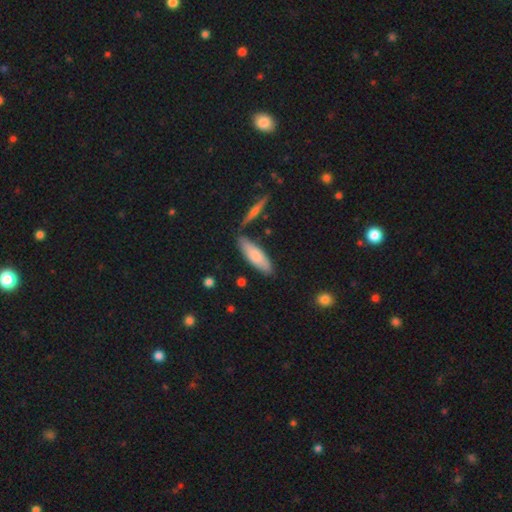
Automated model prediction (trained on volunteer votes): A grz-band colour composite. It shows a smooth galaxy with no disk features (76%) that is in between round and cigar-shaped (53%). Merging: none (77%).